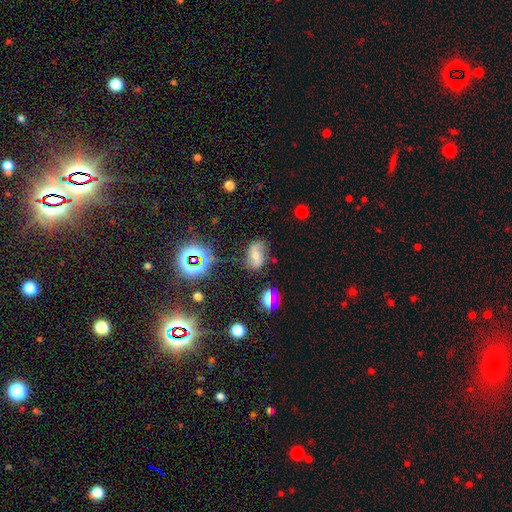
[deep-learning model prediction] Morphology: type=featured or disk (49%); merging=none (67%).